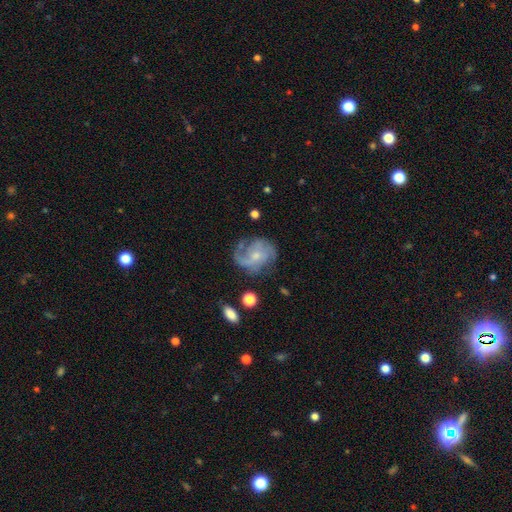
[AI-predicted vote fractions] A featured or disk galaxy (80%) with no bar (65%), 2 (38%) medium (43%) spiral arms (92%) and a small central bulge (61%). Merging: none (61%).